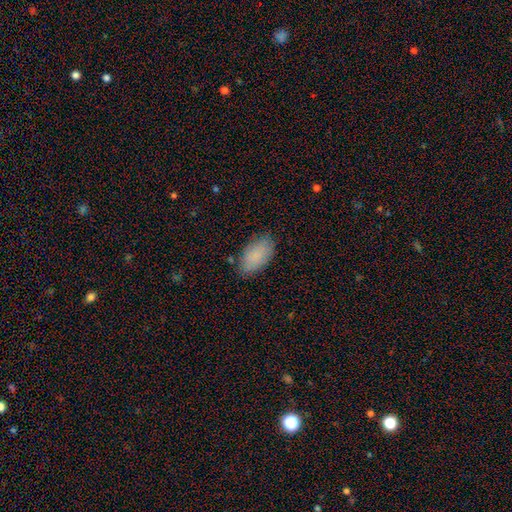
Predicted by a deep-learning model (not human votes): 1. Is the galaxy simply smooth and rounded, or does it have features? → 87% smooth, 7% featured or disk, 7% star or artifact.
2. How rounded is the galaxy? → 95% in between, 3% round, 2% cigar-shaped.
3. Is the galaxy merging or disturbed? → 81% none, 15% minor disturbance, 3% major disturbance, 1% merger.